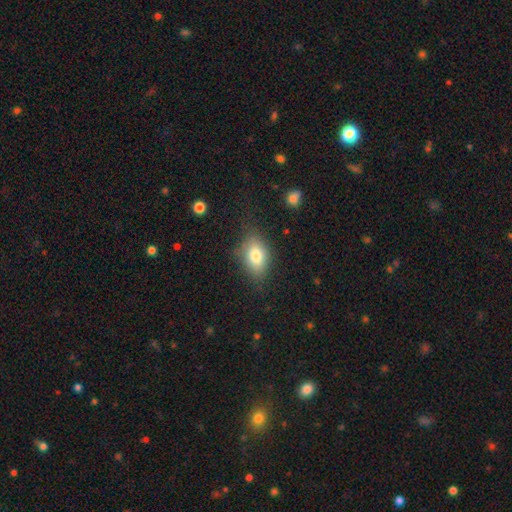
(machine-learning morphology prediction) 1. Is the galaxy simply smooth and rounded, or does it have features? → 77% smooth, 14% featured or disk, 9% star or artifact.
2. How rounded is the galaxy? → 82% in between, 16% round, 2% cigar-shaped.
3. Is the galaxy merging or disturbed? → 68% none, 23% minor disturbance, 8% major disturbance, 2% merger.